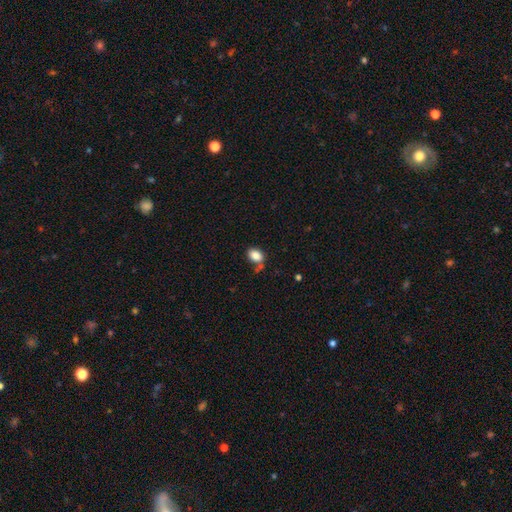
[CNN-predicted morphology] A smooth galaxy with no disk features (85%) that is in between round and cigar-shaped (78%). Merging: none (61%).